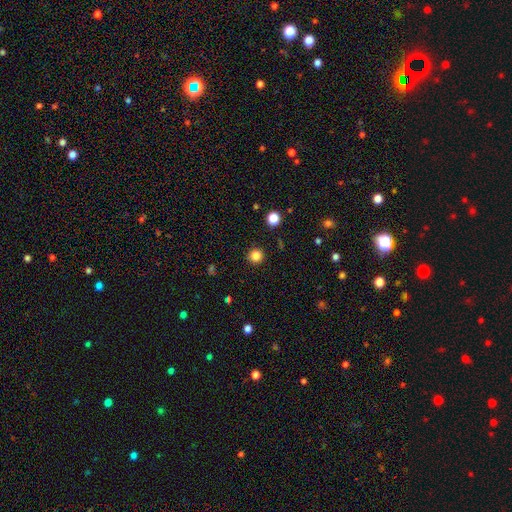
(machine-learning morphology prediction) smooth_or_featured: smooth (p=0.83) [alt: star or artifact p=0.13]
how_rounded: round (p=0.95) [alt: in between p=0.05]
merging: none (p=0.92) [alt: minor disturbance p=0.05]